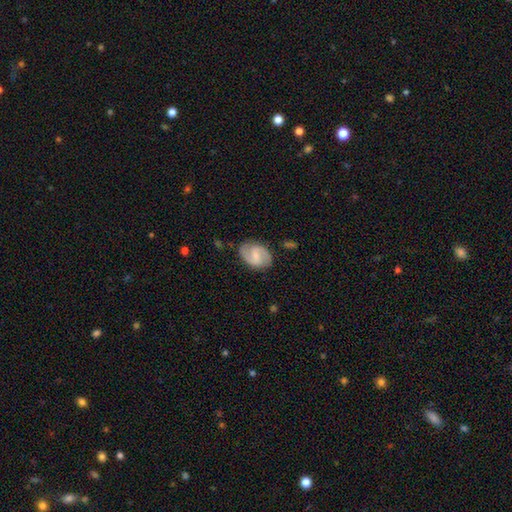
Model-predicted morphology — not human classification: A featured or disk galaxy (75%) with a weak bar (54%), 2 (90%) medium (50%) spiral arms (93%) and a small central bulge (47%). Merging: none (81%).